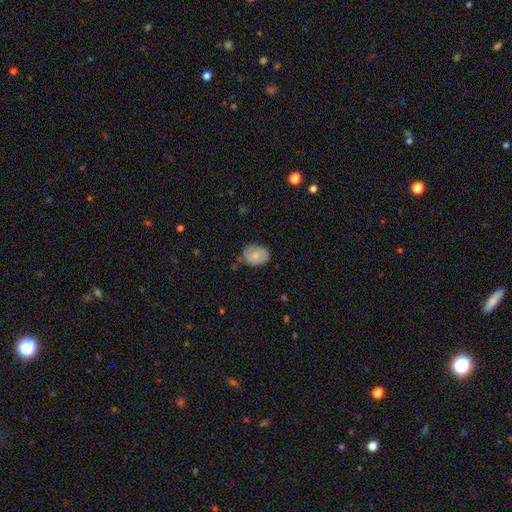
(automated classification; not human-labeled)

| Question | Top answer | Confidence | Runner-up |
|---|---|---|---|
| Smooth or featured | smooth | 65% | featured or disk (27%) |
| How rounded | in between | 58% | round (41%) |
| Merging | none | 67% | minor disturbance (26%) |